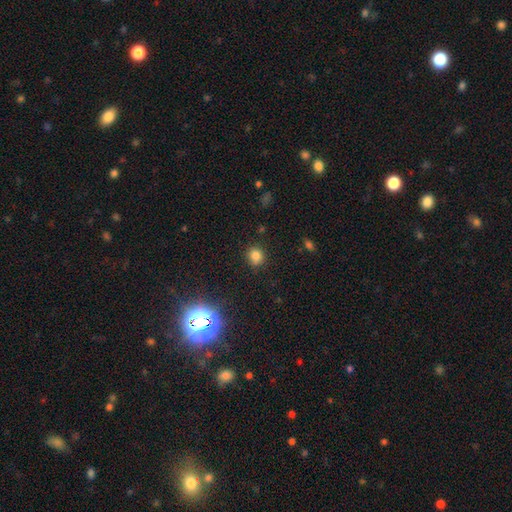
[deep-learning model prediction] Overall: smooth (79%). How rounded: round (78%). Merging: none (83%).